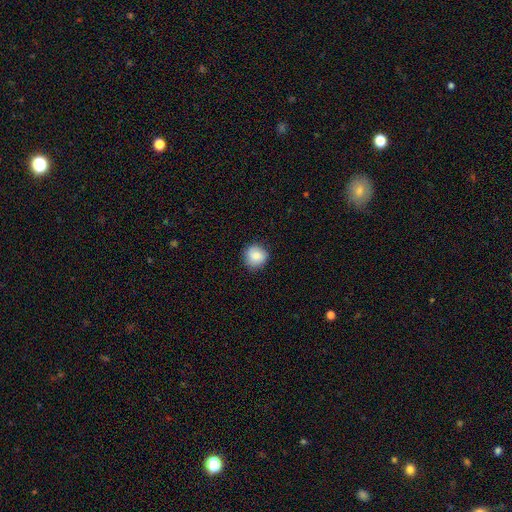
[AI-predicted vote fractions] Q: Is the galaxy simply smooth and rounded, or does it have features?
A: smooth — 85%.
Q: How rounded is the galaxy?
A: round — 92%.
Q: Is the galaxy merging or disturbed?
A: none — 86%.